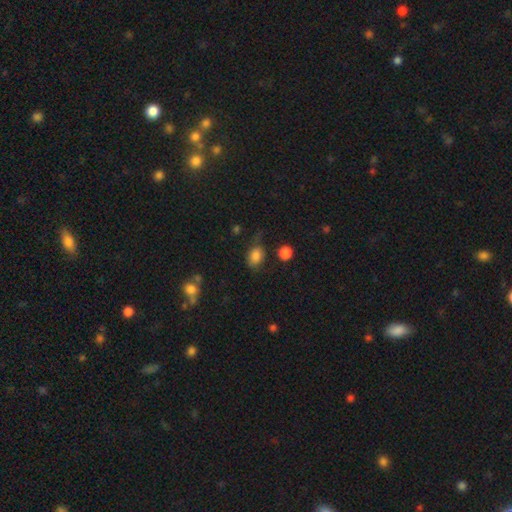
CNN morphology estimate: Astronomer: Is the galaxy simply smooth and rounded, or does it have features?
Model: smooth — 82%.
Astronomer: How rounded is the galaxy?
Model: in between — 69%.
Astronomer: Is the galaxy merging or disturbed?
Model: none — 59%.